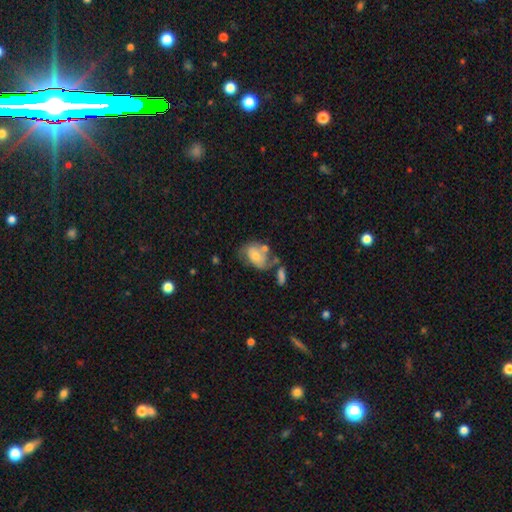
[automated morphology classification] smooth 53%, featured or disk 40%, star or artifact 8%. Down the decision tree: how rounded — in between (79%); merging — none (35%).